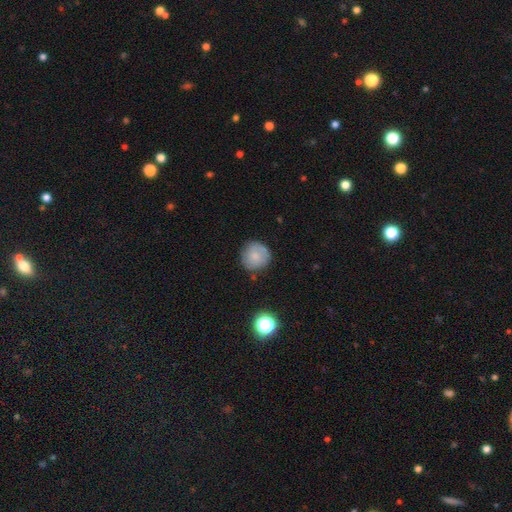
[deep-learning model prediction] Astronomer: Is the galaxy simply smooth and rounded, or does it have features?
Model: smooth — 68%.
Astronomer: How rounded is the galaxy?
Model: round — 92%.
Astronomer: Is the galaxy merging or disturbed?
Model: none — 81%.